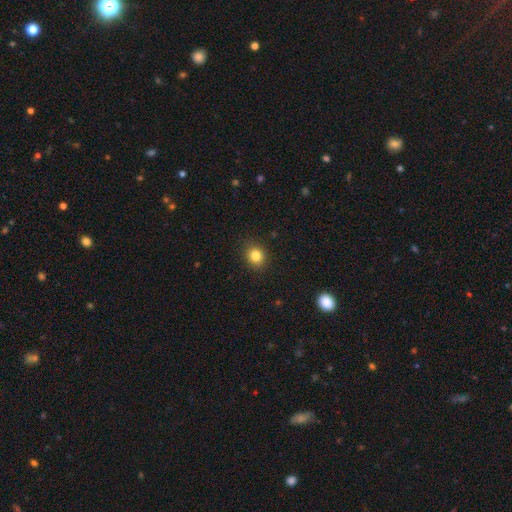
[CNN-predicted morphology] Smooth or featured? smooth (83%)
How rounded? round (72%)
Merging? none (89%)